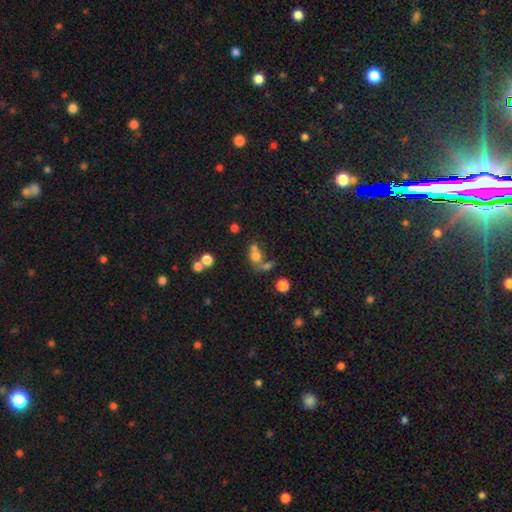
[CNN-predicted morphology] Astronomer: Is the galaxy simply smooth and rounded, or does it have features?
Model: smooth — 65%.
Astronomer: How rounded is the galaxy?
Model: round — 53% (runner-up: in between, 45%).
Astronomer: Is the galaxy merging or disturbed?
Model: merger — 47% (runner-up: none, 32%).